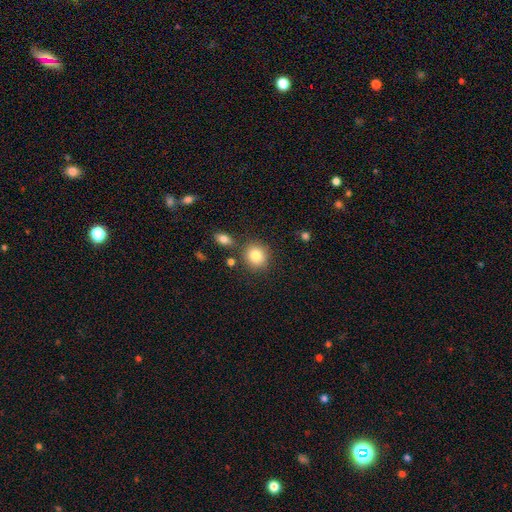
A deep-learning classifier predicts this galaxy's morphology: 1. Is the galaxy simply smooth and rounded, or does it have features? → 82% smooth, 9% star or artifact, 8% featured or disk.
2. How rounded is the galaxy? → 83% round, 16% in between, 1% cigar-shaped.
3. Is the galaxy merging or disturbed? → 80% none, 10% minor disturbance, 7% merger, 3% major disturbance.